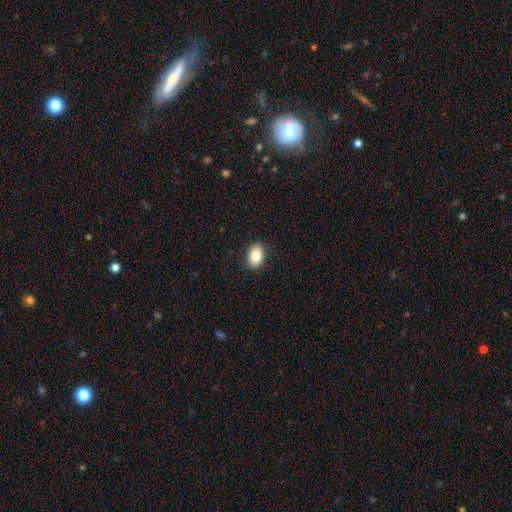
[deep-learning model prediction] Morphology: type=smooth (88%); roundness=in between (83%); merging=none (89%).